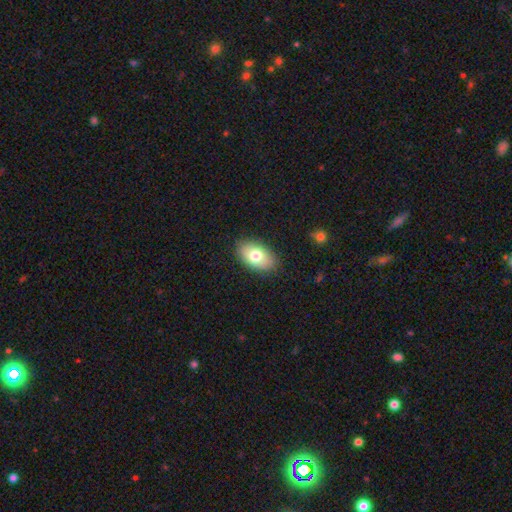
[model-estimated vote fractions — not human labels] smooth-or-featured: smooth: 75% | featured or disk: 17% | star or artifact: 8%
  how-rounded: in between: 91% | round: 8% | cigar-shaped: 1%
  merging: none: 86% | minor disturbance: 10% | major disturbance: 3% | merger: 1%